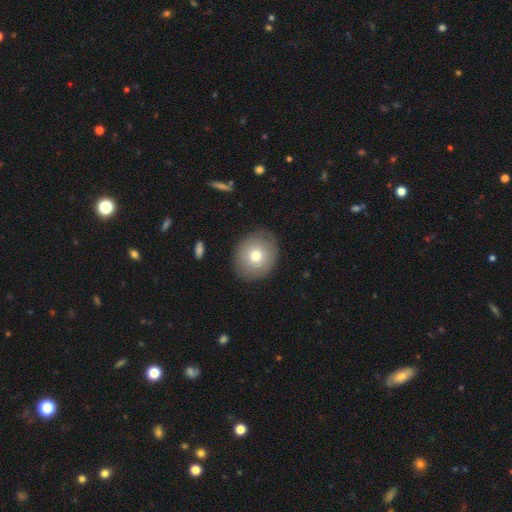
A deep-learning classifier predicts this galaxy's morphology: Smooth or featured? Predicted: smooth (p=0.74). How rounded? Predicted: round (p=0.66). Merging? Predicted: none (p=0.86).